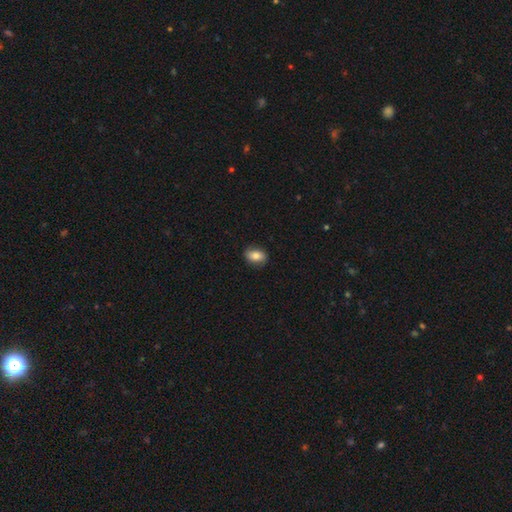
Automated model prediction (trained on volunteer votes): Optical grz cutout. It shows a smooth galaxy with no disk features (74%) that is in between round and cigar-shaped (77%). Merging: none (84%).